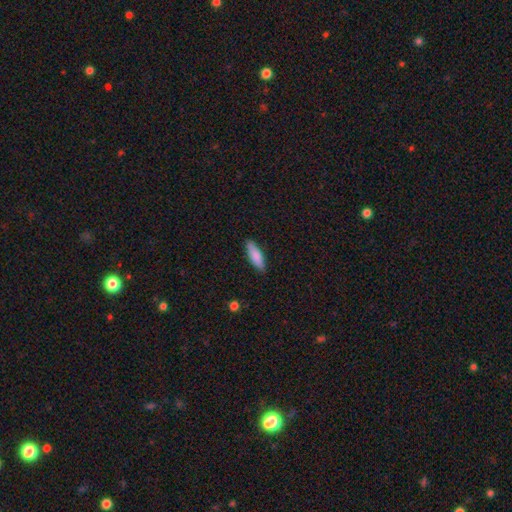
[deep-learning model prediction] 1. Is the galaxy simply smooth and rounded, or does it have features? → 82% smooth, 12% featured or disk, 6% star or artifact.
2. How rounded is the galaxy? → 53% cigar-shaped, 45% in between, 2% round.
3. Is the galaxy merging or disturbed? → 87% none, 10% minor disturbance, 2% major disturbance, 1% merger.